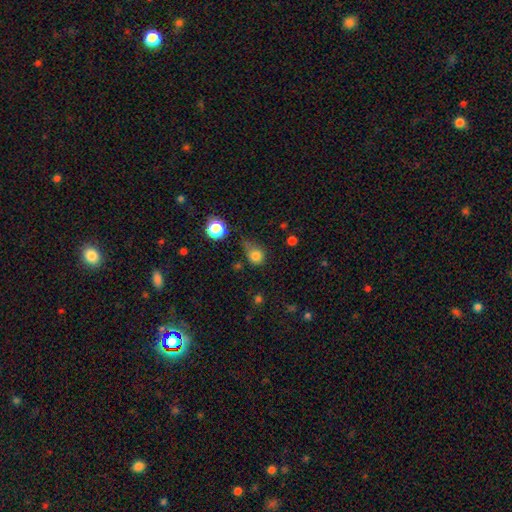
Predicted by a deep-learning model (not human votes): smooth_or_featured: smooth (p=0.80) [alt: star or artifact p=0.13]
how_rounded: round (p=0.76) [alt: in between p=0.22]
merging: none (p=0.49) [alt: minor disturbance p=0.31]